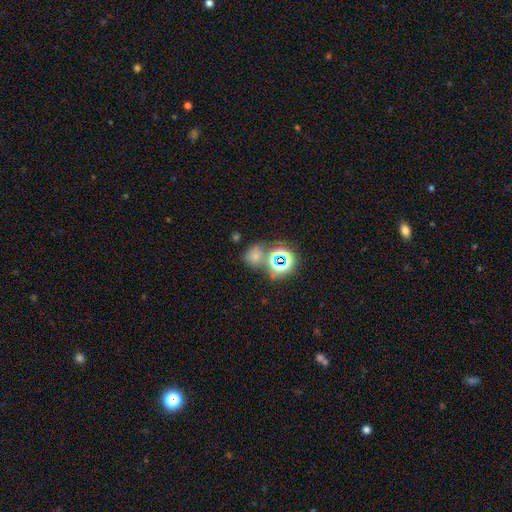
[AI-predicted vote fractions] smooth_or_featured: smooth (p=0.57) [alt: star or artifact p=0.34]
how_rounded: round (p=0.71) [alt: in between p=0.28]
merging: none (p=0.58) [alt: merger p=0.24]